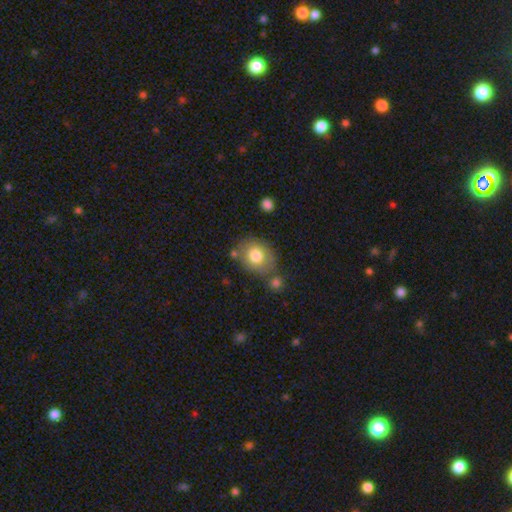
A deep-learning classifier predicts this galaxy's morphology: A smooth galaxy with no disk features (77%) that is round (59%).

Vote fractions:
- Smooth or featured? smooth: 77% / featured or disk: 15% / star or artifact: 8%
- How rounded? round: 59% / in between: 40% / cigar-shaped: 1%
- Merging? none: 63% / minor disturbance: 17% / merger: 15% / major disturbance: 6%